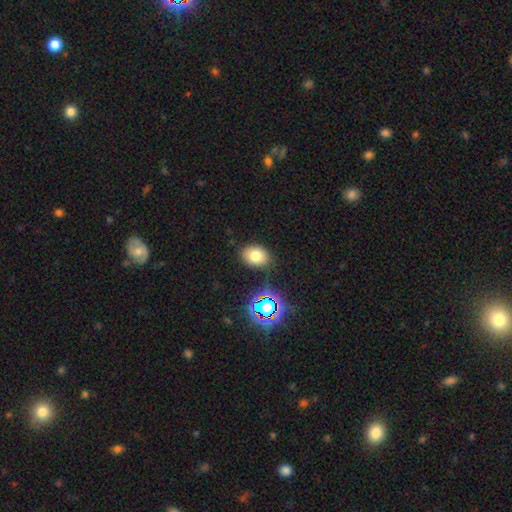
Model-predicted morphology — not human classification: smooth_or_featured: smooth (p=0.75) [alt: star or artifact p=0.15]
how_rounded: in between (p=0.67) [alt: round p=0.32]
merging: none (p=0.83) [alt: minor disturbance p=0.11]